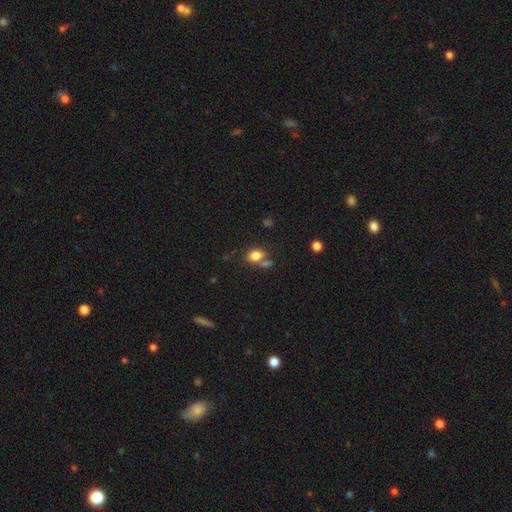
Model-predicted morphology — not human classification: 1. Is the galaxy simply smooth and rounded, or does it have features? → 80% smooth, 11% star or artifact, 9% featured or disk.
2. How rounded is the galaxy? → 74% in between, 24% round, 2% cigar-shaped.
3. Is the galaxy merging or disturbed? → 55% none, 25% merger, 14% minor disturbance, 6% major disturbance.